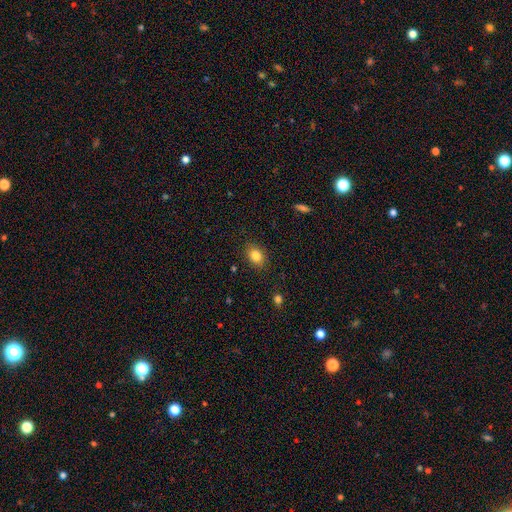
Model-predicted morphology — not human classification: smooth-or-featured: smooth: 83% | star or artifact: 9% | featured or disk: 7%
  how-rounded: in between: 72% | round: 26% | cigar-shaped: 1%
  merging: none: 86% | minor disturbance: 10% | major disturbance: 3% | merger: 1%